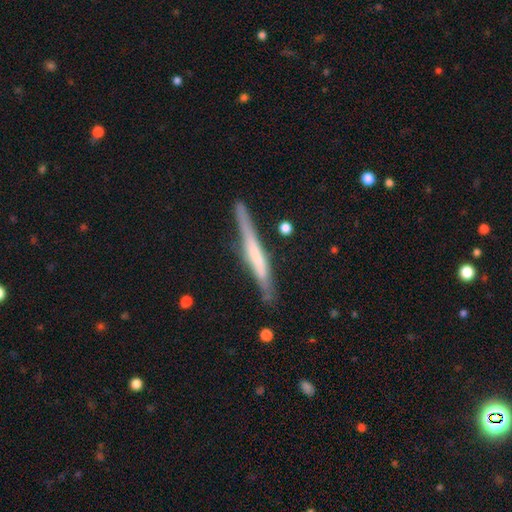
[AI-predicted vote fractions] Smooth or featured: featured or disk — 59% (smooth — 35%)
Edge-on disk: yes — 95% (no — 5%)
Edge-on bulge: none — 50% (boxy — 30%)
Merging: none — 78% (minor disturbance — 16%)